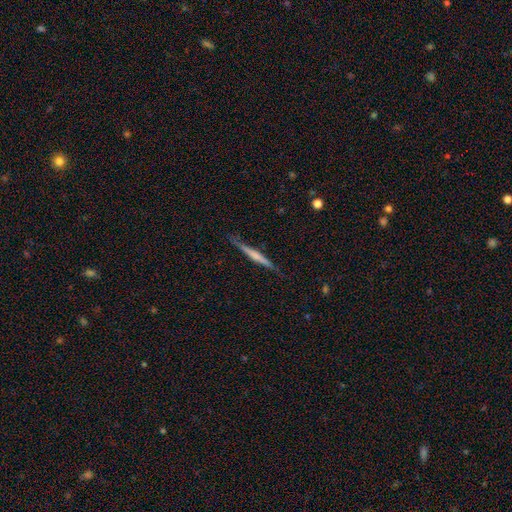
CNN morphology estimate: Overall: featured or disk (56%; smooth 38%). Edge-on disk: yes (97%). Edge-on bulge: none (47%; rounded 34%). Merging: none (85%).